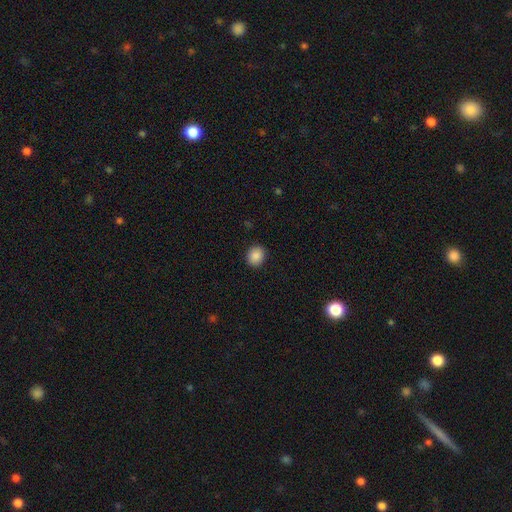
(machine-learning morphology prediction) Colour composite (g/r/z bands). It shows a smooth galaxy with no disk features (88%) that is round (67%). Merging: none (91%).